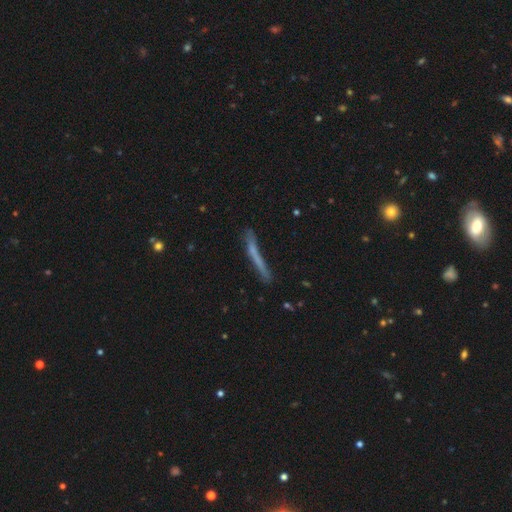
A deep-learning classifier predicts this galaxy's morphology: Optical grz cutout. It shows a smooth galaxy with no disk features (54%) that is cigar-shaped (96%). Merging: none (70%).